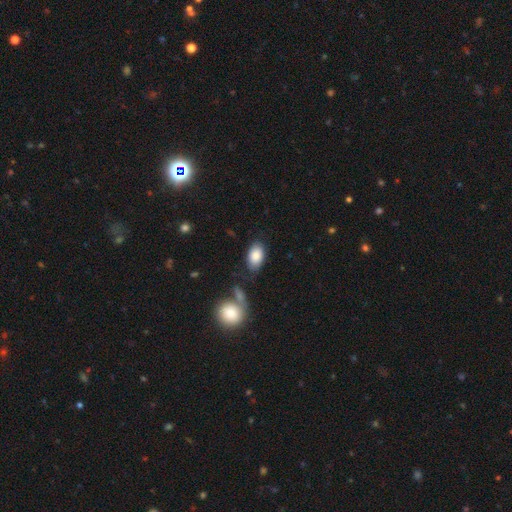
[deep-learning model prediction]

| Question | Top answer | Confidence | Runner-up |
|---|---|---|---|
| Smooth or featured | smooth | 86% | featured or disk (8%) |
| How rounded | in between | 92% | round (7%) |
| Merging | none | 72% | minor disturbance (15%) |